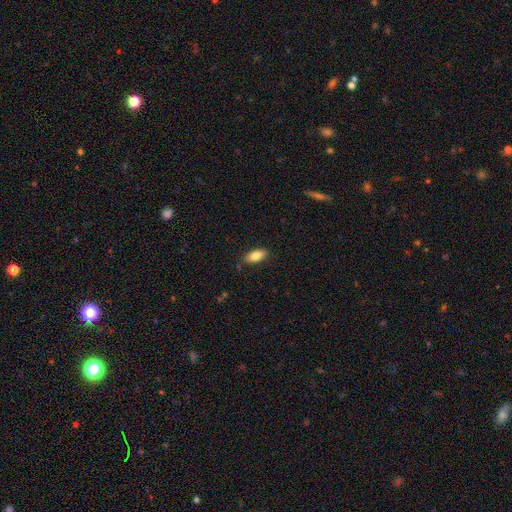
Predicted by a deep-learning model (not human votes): Smooth or featured?
  - smooth: 83% *
  - featured or disk: 10%
  - star or artifact: 7%
How rounded?
  - in between: 87% *
  - cigar-shaped: 11%
  - round: 3%
Merging?
  - none: 85% *
  - minor disturbance: 11%
  - major disturbance: 2%
  - merger: 1%